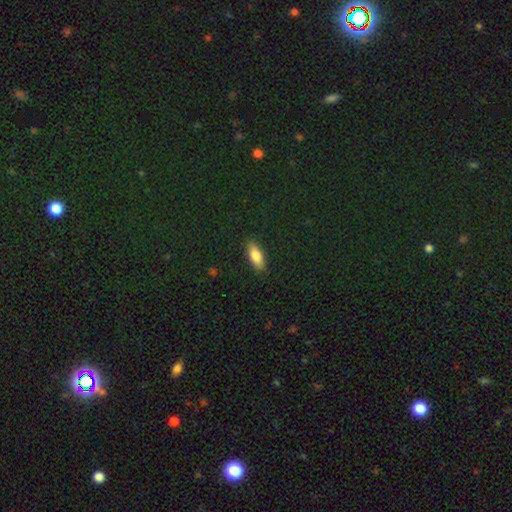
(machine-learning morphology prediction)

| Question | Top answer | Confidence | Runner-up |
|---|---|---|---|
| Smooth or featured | smooth | 82% | featured or disk (10%) |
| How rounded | in between | 78% | cigar-shaped (19%) |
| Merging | none | 88% | minor disturbance (9%) |